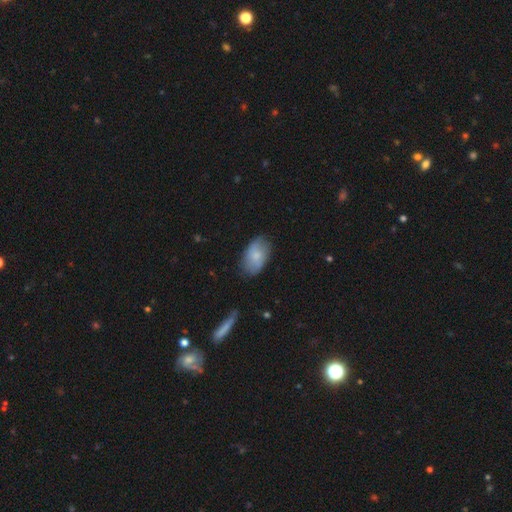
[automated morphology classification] Smooth or featured: smooth — 71% (featured or disk — 22%)
How rounded: in between — 93% (round — 5%)
Merging: none — 77% (minor disturbance — 18%)